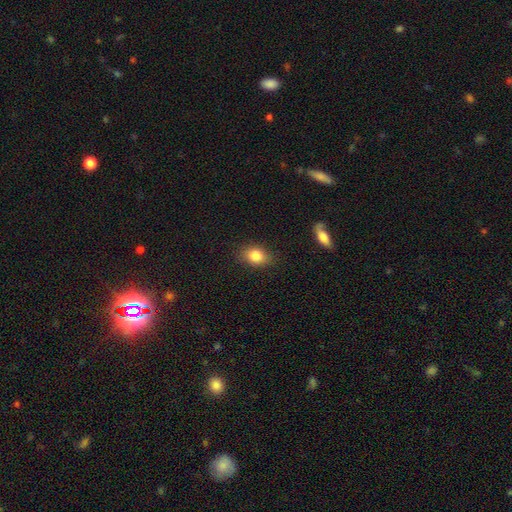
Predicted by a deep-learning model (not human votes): Smooth or featured? Predicted: smooth (p=0.83). How rounded? Predicted: in between (p=0.68). Merging? Predicted: none (p=0.84).